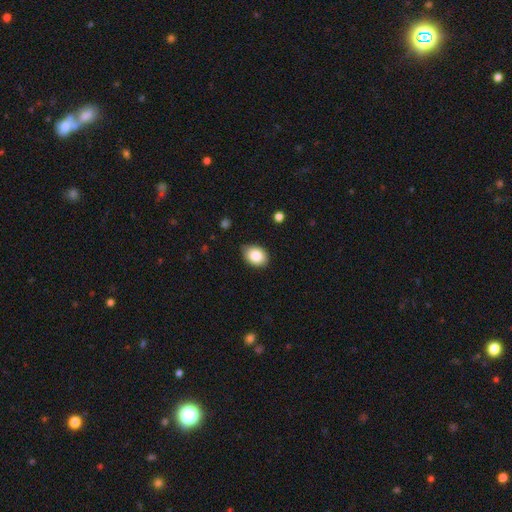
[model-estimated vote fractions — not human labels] Smooth or featured? Predicted: smooth (p=0.85). How rounded? Predicted: in between (p=0.67). Merging? Predicted: none (p=0.78).